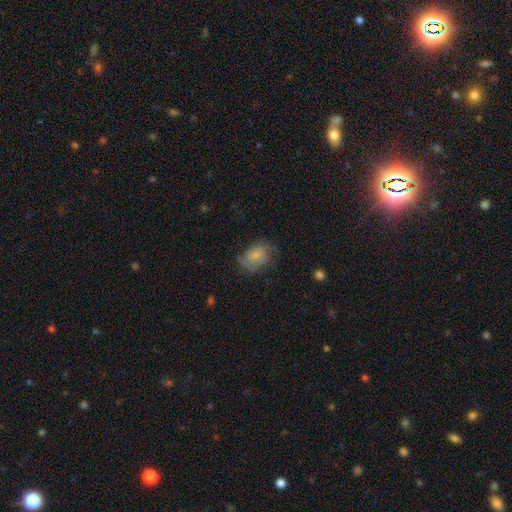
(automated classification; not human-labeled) Q: Smooth or featured?
A: smooth (61%); runner-up: featured or disk (31%)
Q: How rounded?
A: in between (73%); runner-up: round (26%)
Q: Merging?
A: none (56%); runner-up: minor disturbance (28%)